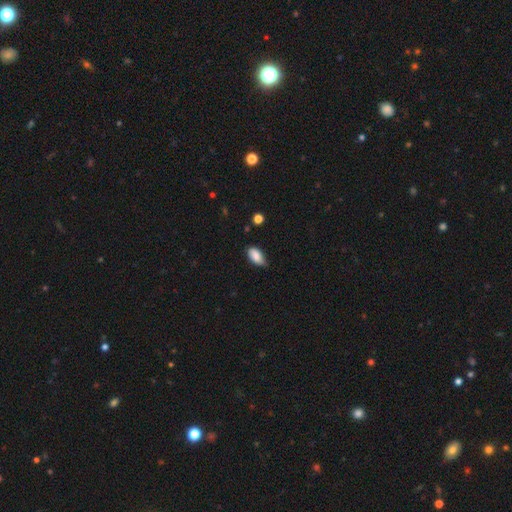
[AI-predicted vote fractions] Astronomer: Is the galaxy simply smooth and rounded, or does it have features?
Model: smooth — 84%.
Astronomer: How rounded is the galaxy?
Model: in between — 92%.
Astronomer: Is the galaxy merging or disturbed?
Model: none — 62%.